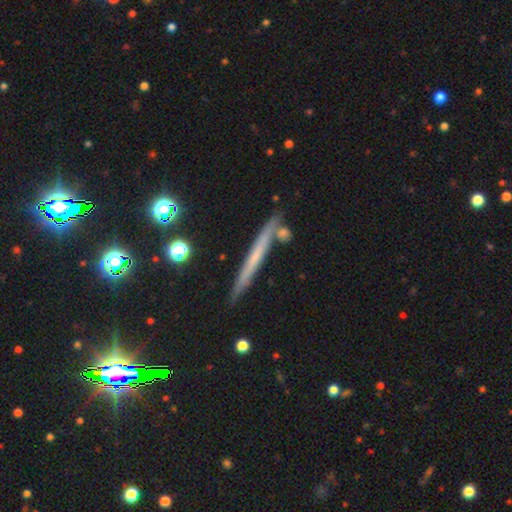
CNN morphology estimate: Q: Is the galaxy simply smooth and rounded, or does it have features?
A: featured or disk — 52%.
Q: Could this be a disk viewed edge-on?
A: yes — 95%.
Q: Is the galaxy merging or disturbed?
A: none — 81%.